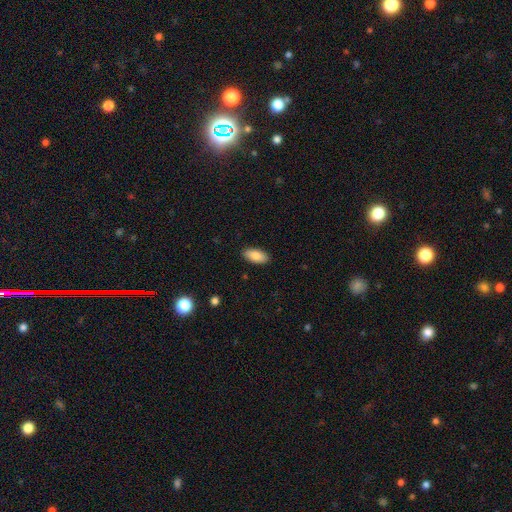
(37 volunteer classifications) Morphology: type=smooth (89%); roundness=in between (94%); merging=none (77%).